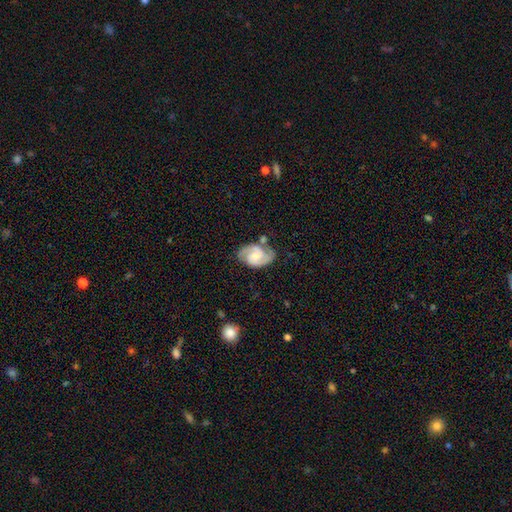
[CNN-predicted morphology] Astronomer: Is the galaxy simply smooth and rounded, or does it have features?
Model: featured or disk — 83%.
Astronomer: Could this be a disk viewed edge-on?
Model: no — 98%.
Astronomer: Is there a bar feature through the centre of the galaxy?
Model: no — 45% (runner-up: weak, 44%).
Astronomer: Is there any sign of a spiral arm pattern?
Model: yes — 97%.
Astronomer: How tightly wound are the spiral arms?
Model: medium — 51% (runner-up: tight, 37%).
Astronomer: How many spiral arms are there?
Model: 2 — 91%.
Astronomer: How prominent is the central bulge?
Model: small — 46% (runner-up: moderate, 39%).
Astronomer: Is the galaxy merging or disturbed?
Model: none — 70%.